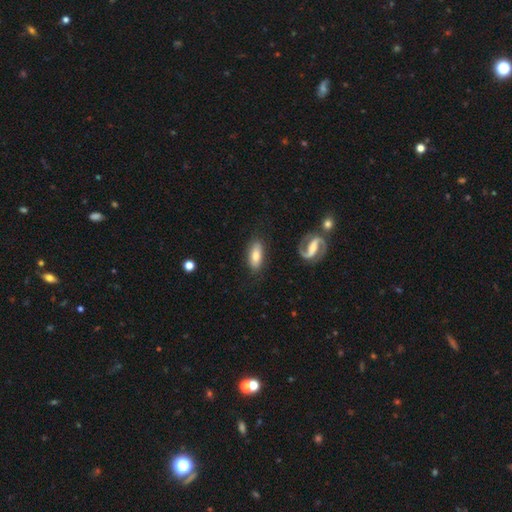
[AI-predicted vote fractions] smooth-or-featured: smooth: 66% | featured or disk: 27% | star or artifact: 7%
  how-rounded: in between: 77% | cigar-shaped: 19% | round: 3%
  merging: none: 79% | minor disturbance: 13% | major disturbance: 4% | merger: 3%